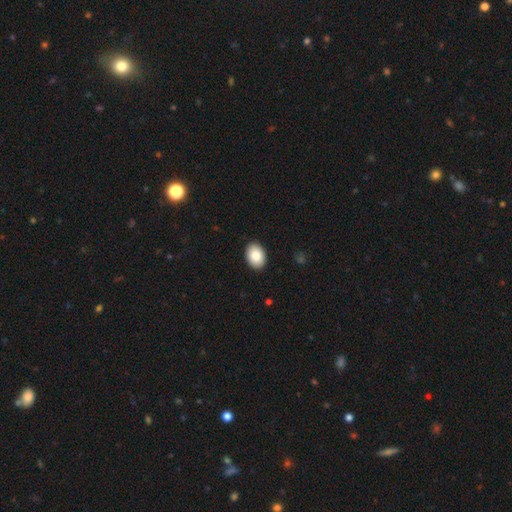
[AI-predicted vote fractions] This is clearly a smooth galaxy (87%). How rounded: clearly in between (81%). Merging: clearly none (91%).